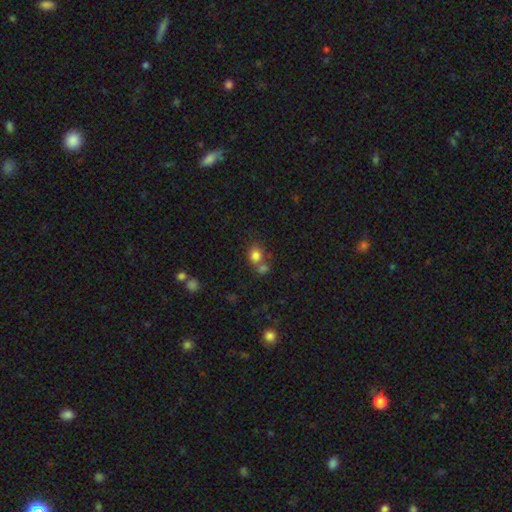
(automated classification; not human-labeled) smooth 80%, star or artifact 12%, featured or disk 8%. Down the decision tree: how rounded — round (67%); merging — none (50%).